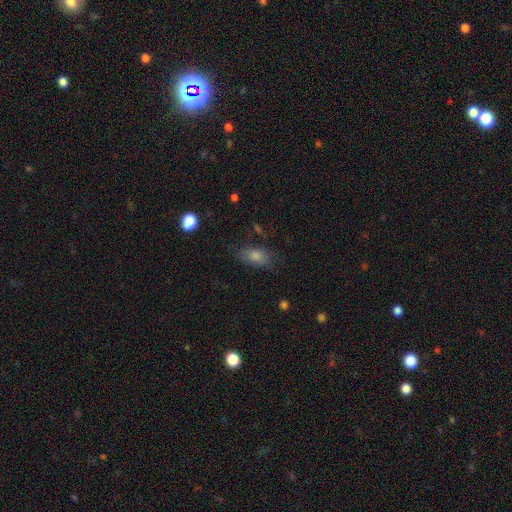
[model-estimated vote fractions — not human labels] Smooth or featured? Predicted: smooth (p=0.68). How rounded? Predicted: in between (p=0.82). Merging? Predicted: none (p=0.73).